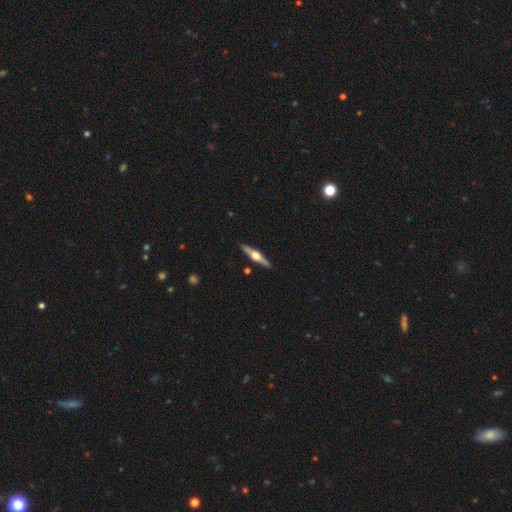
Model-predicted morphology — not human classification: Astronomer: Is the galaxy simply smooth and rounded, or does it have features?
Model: featured or disk — 73%.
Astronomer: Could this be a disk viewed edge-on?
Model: yes — 97%.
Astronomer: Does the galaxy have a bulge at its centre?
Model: rounded — 93%.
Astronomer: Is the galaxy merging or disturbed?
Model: none — 91%.